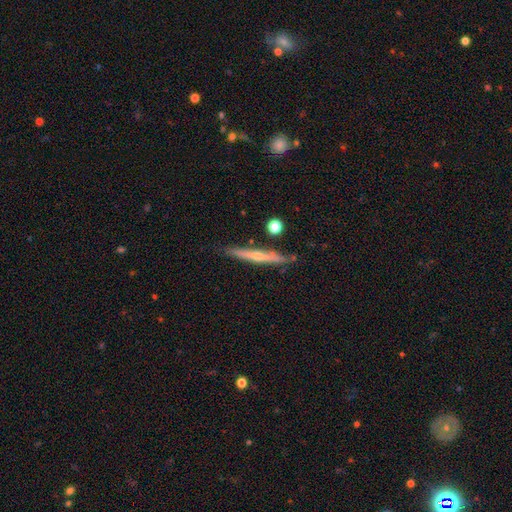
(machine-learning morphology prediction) This is likely a featured or disk galaxy (63%). It is clearly viewed edge-on (96%). Edge-on bulge: likely rounded (65%). Merging: clearly none (85%).